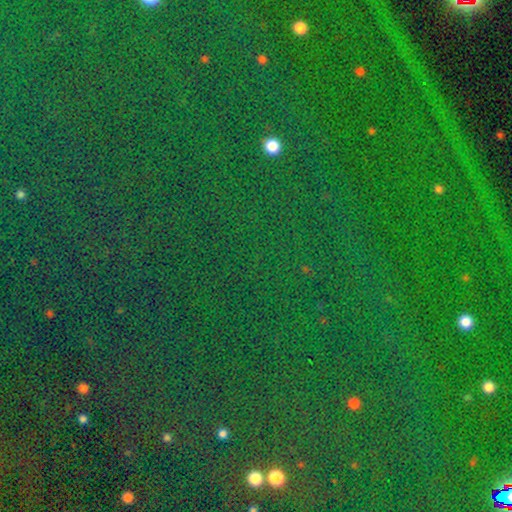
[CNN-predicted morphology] Smooth or featured? star or artifact (82%)